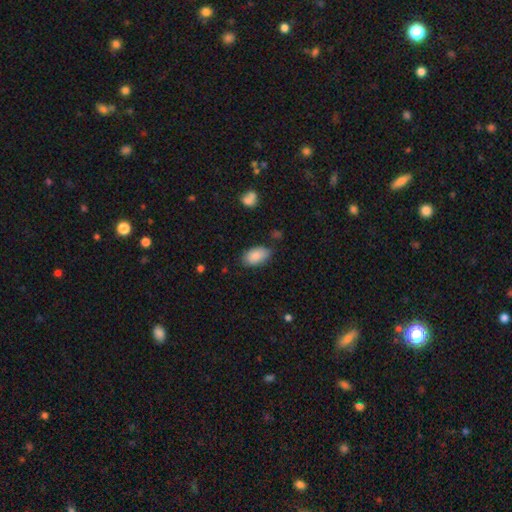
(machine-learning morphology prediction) smooth 88%, star or artifact 7%, featured or disk 6%. Down the decision tree: how rounded — in between (94%); merging — none (75%).